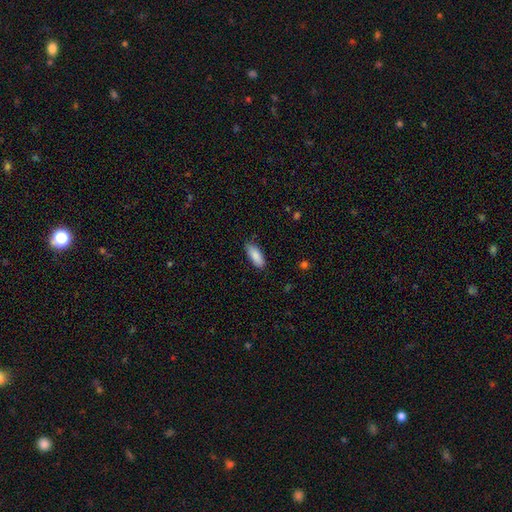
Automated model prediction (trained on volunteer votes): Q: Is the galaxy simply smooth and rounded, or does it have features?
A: smooth — 87%.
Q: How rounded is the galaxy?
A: in between — 73%.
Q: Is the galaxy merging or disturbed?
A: none — 83%.